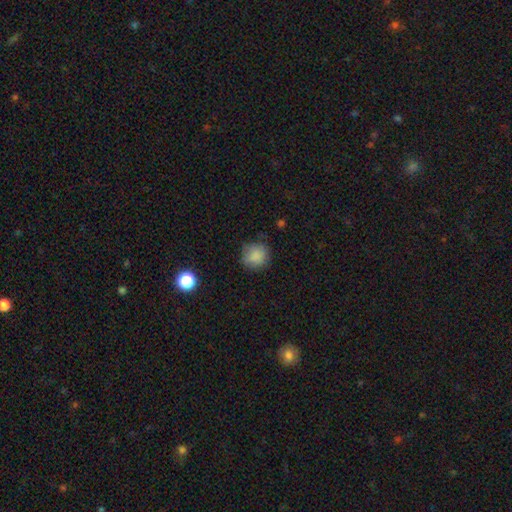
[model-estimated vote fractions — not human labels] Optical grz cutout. It shows a smooth galaxy with no disk features (84%) that is round (88%). Merging: none (76%).